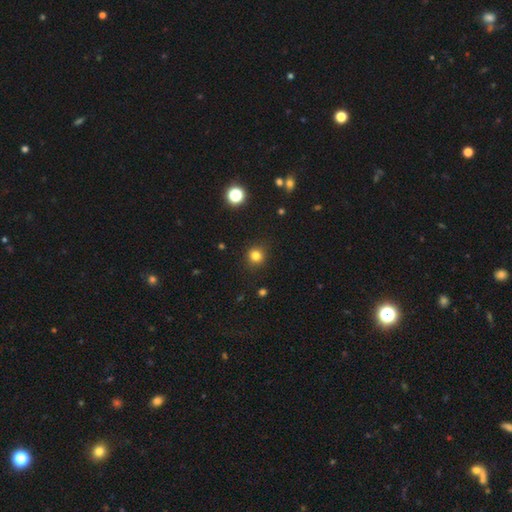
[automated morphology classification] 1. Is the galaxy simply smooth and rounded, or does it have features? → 81% smooth, 14% star or artifact, 5% featured or disk.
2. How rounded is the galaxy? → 91% round, 8% in between, 1% cigar-shaped.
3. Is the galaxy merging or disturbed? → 89% none, 7% minor disturbance, 2% major disturbance, 1% merger.